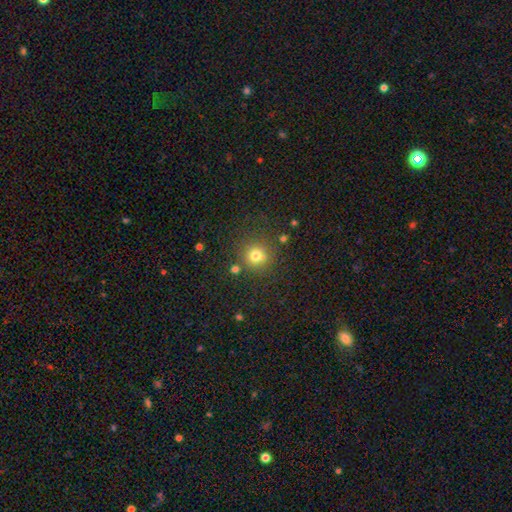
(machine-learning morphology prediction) A smooth galaxy with no disk features (71%) that is round (91%).

Vote fractions:
- Smooth or featured? smooth: 71% / star or artifact: 19% / featured or disk: 11%
- How rounded? round: 91% / in between: 8% / cigar-shaped: 1%
- Merging? none: 70% / merger: 16% / minor disturbance: 10% / major disturbance: 4%